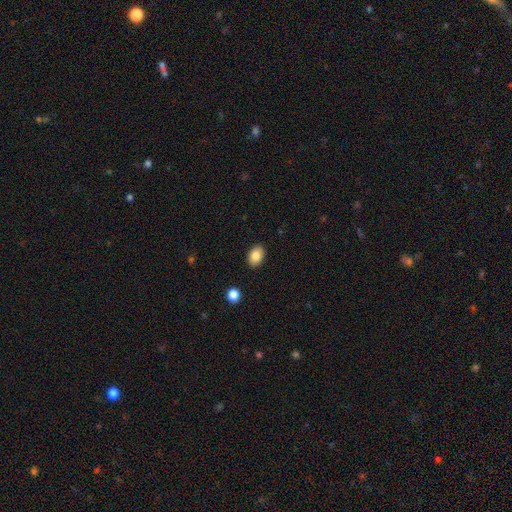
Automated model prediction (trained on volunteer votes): A smooth galaxy with no disk features (86%) that is in between round and cigar-shaped (83%). Merging: none (89%).